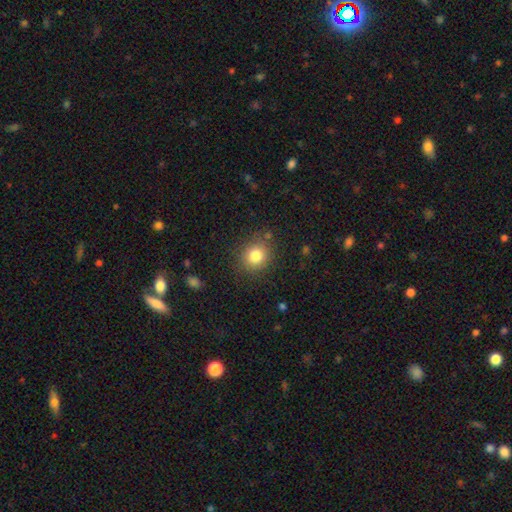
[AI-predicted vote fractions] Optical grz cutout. It shows a smooth galaxy with no disk features (81%) that is round (79%). Merging: none (84%).